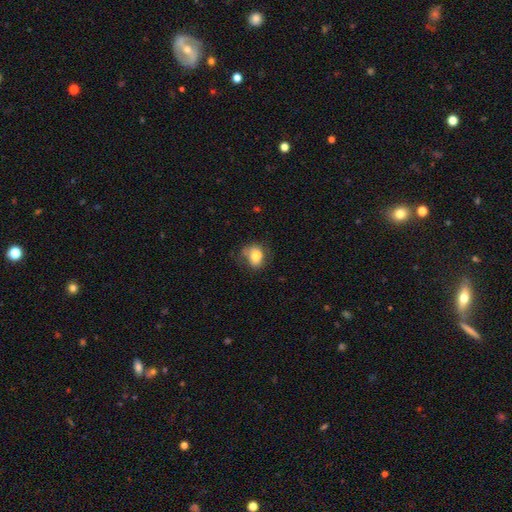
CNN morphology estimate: type=smooth (73%); roundness=in between (59%); merging=none (48%).